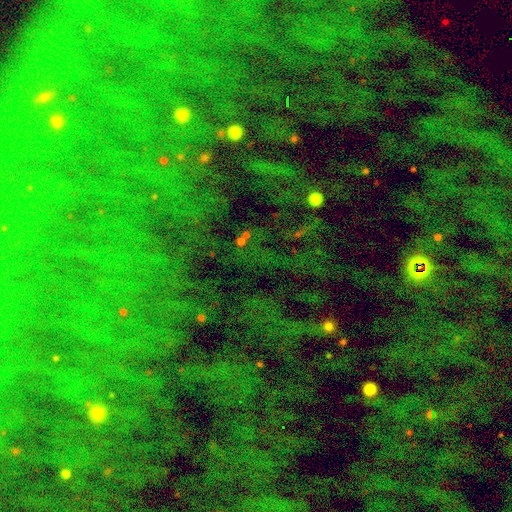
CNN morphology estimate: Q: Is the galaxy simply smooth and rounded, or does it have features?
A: star or artifact — 82%.